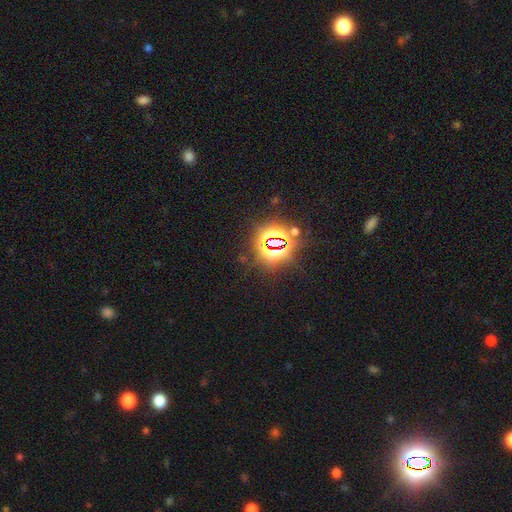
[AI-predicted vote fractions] Smooth or featured? star or artifact (82%)